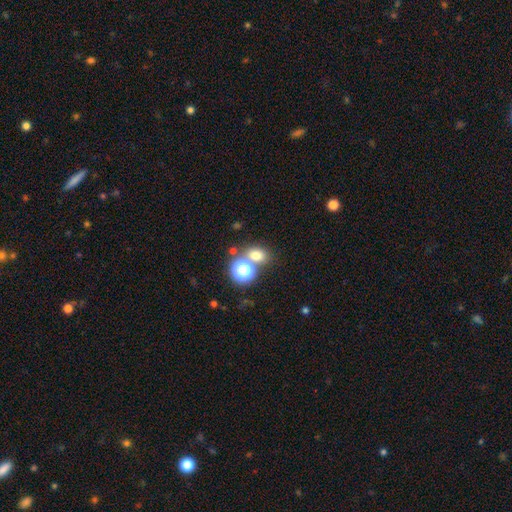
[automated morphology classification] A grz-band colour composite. It shows a smooth galaxy with no disk features (70%) that is round (57%). Merging: none (62%).